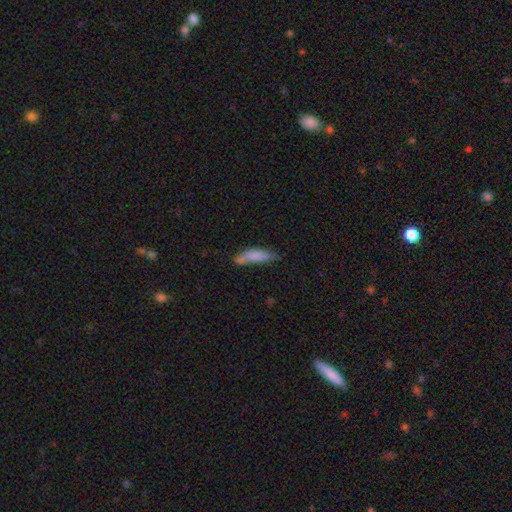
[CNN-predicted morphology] Smooth or featured?
  - smooth: 80% *
  - featured or disk: 13%
  - star or artifact: 7%
How rounded?
  - cigar-shaped: 54% *
  - in between: 44%
  - round: 2%
Merging?
  - none: 49% *
  - minor disturbance: 31%
  - merger: 10%
  - major disturbance: 10%